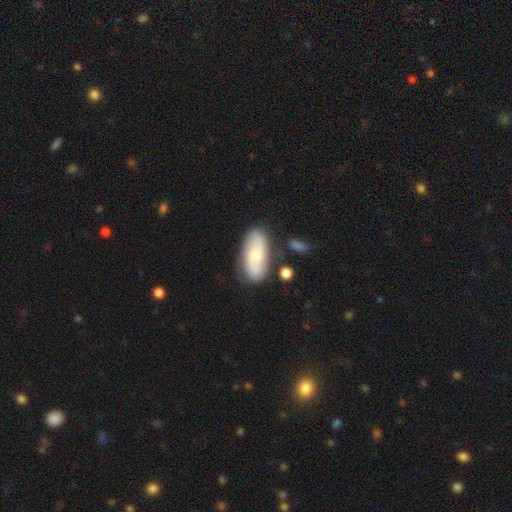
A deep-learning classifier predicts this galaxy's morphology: smooth-or-featured: smooth: 52% | featured or disk: 41% | star or artifact: 6%
  how-rounded: in between: 88% | cigar-shaped: 8% | round: 3%
  merging: none: 72% | minor disturbance: 16% | merger: 7% | major disturbance: 5%